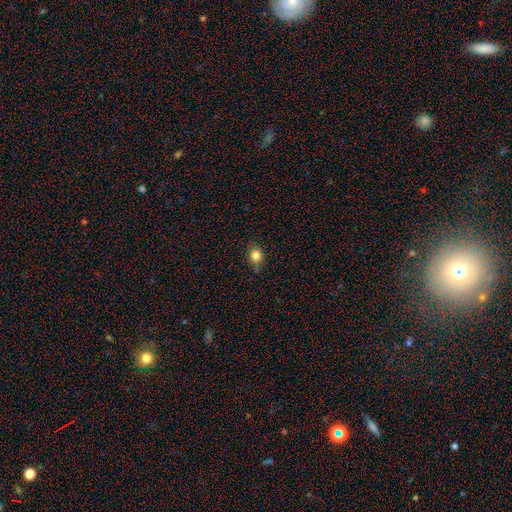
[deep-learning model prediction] A smooth galaxy with no disk features (81%) that is round (65%). Merging: none (69%).